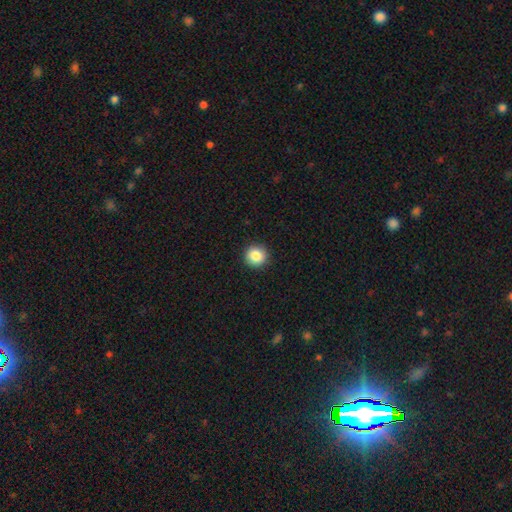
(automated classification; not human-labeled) The model was most divided on "smooth or featured": smooth: 86%, star or artifact: 9%, featured or disk: 5%. More confident: how rounded — round (94%); merging — none (92%).